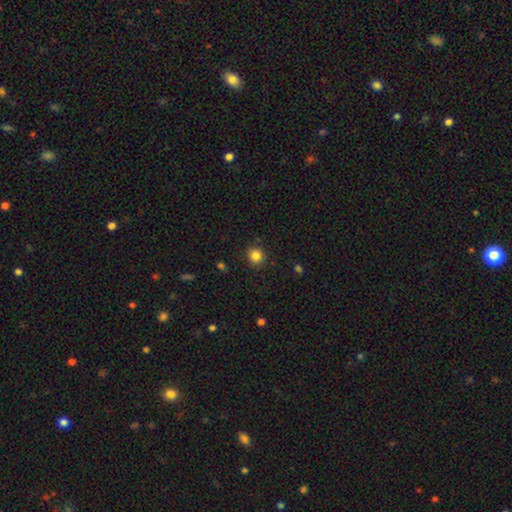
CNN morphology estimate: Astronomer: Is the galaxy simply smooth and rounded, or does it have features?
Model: smooth — 84%.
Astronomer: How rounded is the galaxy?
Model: round — 90%.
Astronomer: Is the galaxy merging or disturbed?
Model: none — 89%.